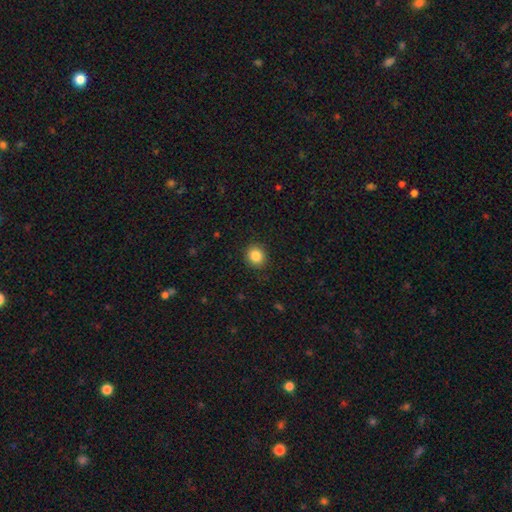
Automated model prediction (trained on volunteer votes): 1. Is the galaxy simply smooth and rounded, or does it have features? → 85% smooth, 10% star or artifact, 5% featured or disk.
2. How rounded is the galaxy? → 86% round, 13% in between, 1% cigar-shaped.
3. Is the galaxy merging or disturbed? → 90% none, 7% minor disturbance, 2% major disturbance, 1% merger.